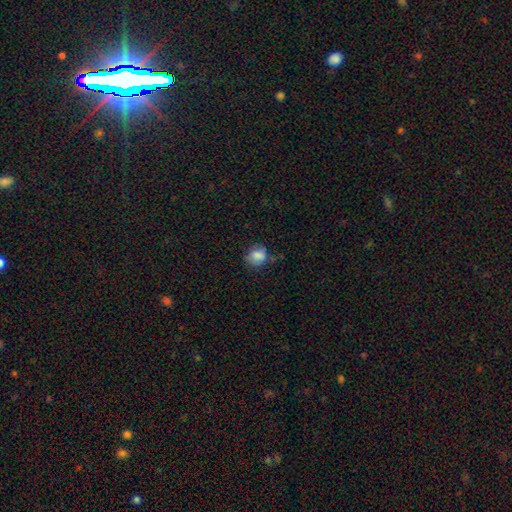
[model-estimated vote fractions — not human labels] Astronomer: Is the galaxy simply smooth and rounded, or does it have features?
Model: smooth — 81%.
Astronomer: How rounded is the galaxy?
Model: round — 63%.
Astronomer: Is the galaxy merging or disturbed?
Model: none — 63%.